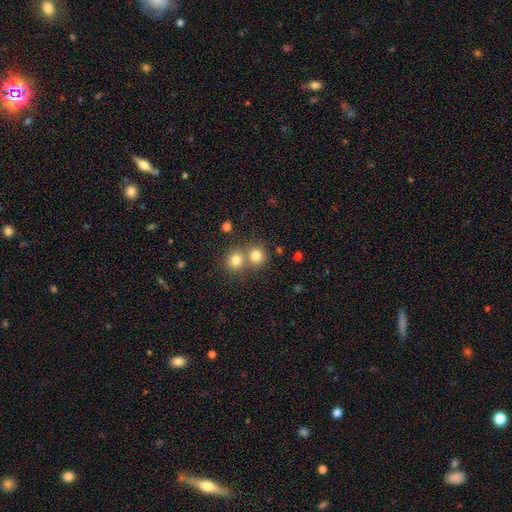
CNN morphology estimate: Smooth or featured? Predicted: smooth (p=0.79). How rounded? Predicted: round (p=0.89). Merging? Predicted: none (p=0.51).